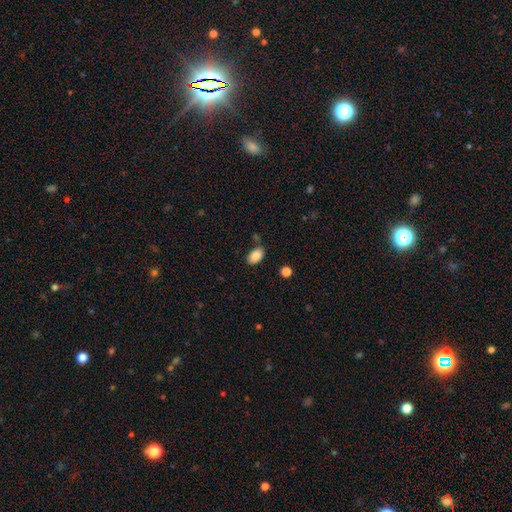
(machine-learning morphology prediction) type=smooth (87%); roundness=in between (91%); merging=none (76%).